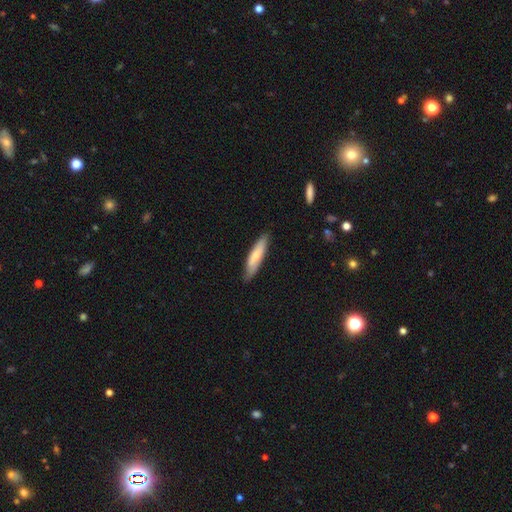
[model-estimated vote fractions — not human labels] smooth 68%, featured or disk 27%, star or artifact 5%. Down the decision tree: how rounded — cigar-shaped (75%); merging — none (82%).